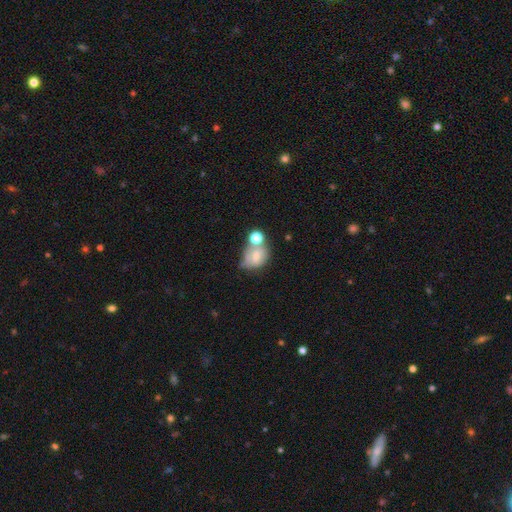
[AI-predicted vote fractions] Smooth or featured: smooth — 63% (featured or disk — 25%)
How rounded: in between — 52% (round — 47%)
Merging: merger — 37% (none — 32%)